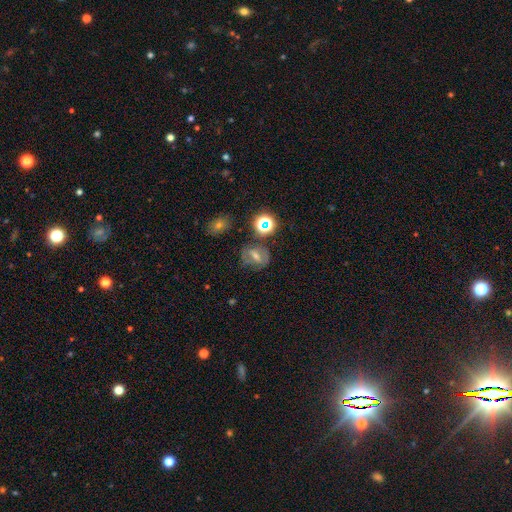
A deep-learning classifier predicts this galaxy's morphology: smooth-or-featured: featured or disk: 39% | smooth: 32% | star or artifact: 29%
  merging: none: 71% | minor disturbance: 15% | major disturbance: 7% | merger: 6%